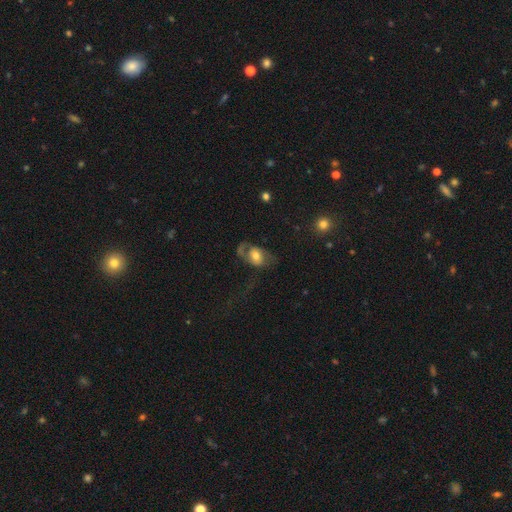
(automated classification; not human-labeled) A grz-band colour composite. It shows a featured or disk galaxy (51%). Merging: major disturbance (44%).